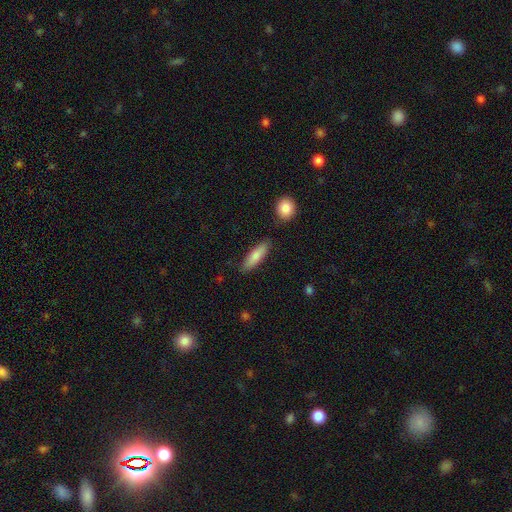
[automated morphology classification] smooth_or_featured: smooth (p=0.79) [alt: featured or disk p=0.15]
how_rounded: cigar-shaped (p=0.54) [alt: in between p=0.44]
merging: none (p=0.81) [alt: minor disturbance p=0.13]